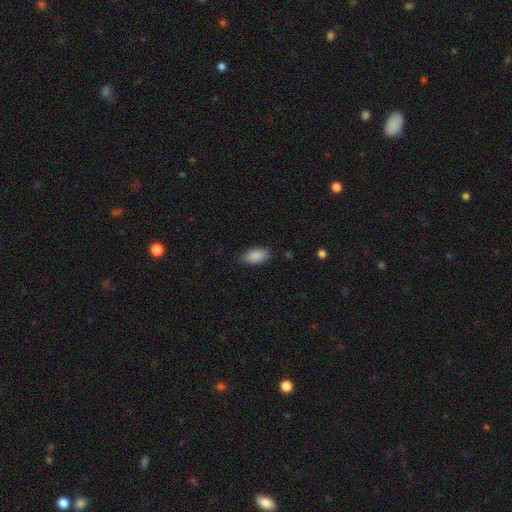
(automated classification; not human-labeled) Smooth or featured: smooth — 90% (star or artifact — 7%)
How rounded: in between — 93% (cigar-shaped — 4%)
Merging: none — 84% (minor disturbance — 12%)